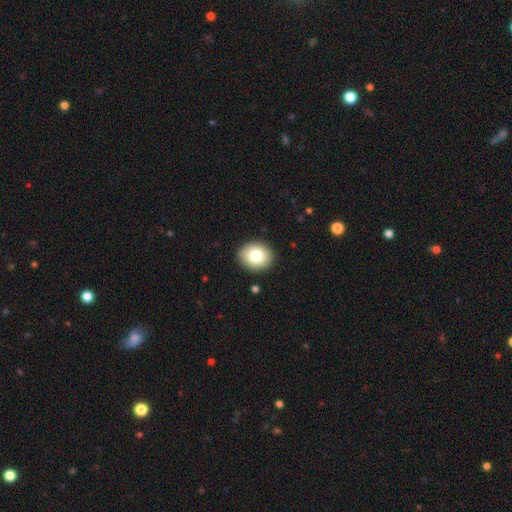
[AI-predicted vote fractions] smooth 80%, featured or disk 11%, star or artifact 9%. Down the decision tree: how rounded — round (61%); merging — none (90%).